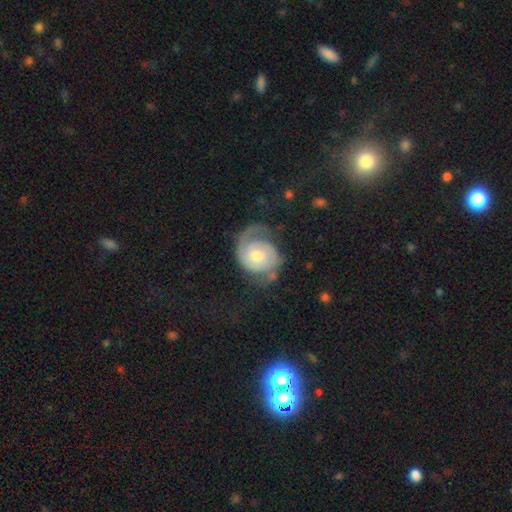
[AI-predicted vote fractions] This appears to be a featured or disk galaxy (79%) with no bar (70%), 2 (51%) tight (51%) spiral arms (93%) and a moderate central bulge (63%). Merging: none (54%).